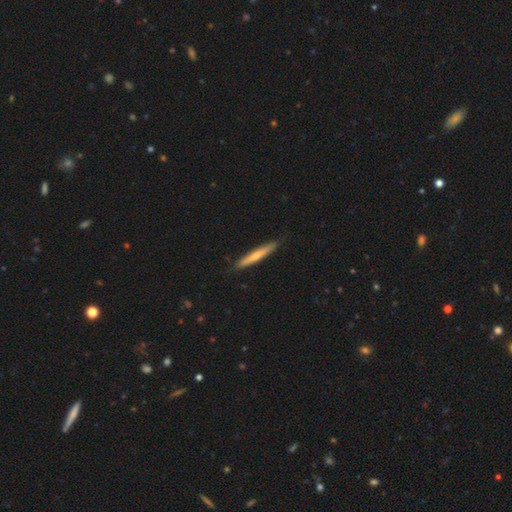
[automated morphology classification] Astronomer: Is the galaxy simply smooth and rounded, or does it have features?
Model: smooth — 59% (runner-up: featured or disk, 36%).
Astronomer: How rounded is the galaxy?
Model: cigar-shaped — 95%.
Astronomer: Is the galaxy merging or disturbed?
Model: none — 89%.